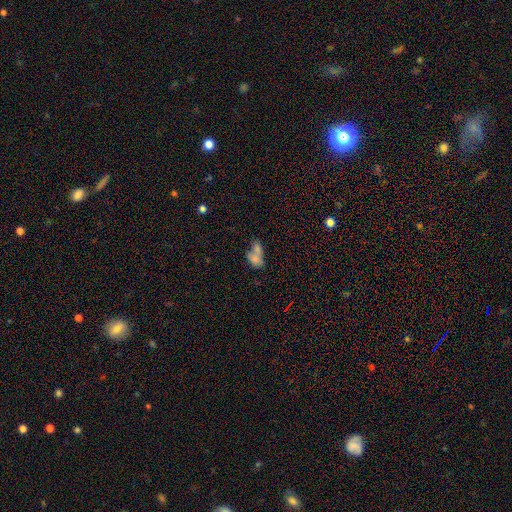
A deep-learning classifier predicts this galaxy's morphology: smooth_or_featured: smooth (p=0.69) [alt: featured or disk p=0.19]
how_rounded: in between (p=0.79) [alt: round p=0.17]
merging: merger (p=0.64) [alt: none p=0.19]